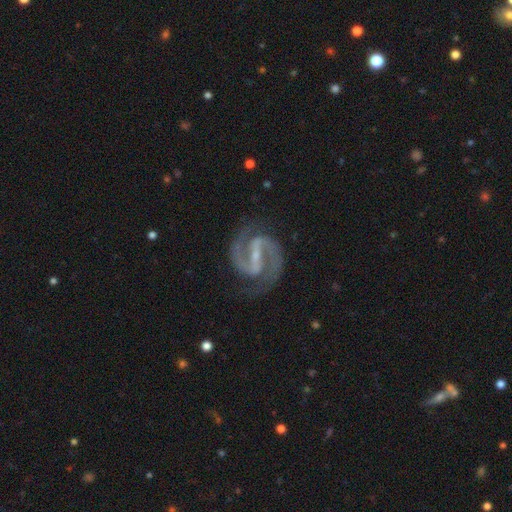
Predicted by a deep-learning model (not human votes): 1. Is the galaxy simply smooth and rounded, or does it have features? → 93% featured or disk, 4% star or artifact, 3% smooth.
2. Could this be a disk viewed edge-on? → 98% no, 2% yes.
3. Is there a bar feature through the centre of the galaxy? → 71% strong, 23% weak, 6% no.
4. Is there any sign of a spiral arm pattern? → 98% yes, 2% no.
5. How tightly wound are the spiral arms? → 63% medium, 26% tight, 12% loose.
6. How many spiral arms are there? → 95% 2, 1% can't tell, 1% 3, 1% 1, 1% 4, 1% more than 4.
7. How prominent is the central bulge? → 70% small, 15% moderate, 13% none, 1% large, 1% dominant.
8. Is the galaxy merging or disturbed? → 83% none, 11% minor disturbance, 4% major disturbance, 1% merger.